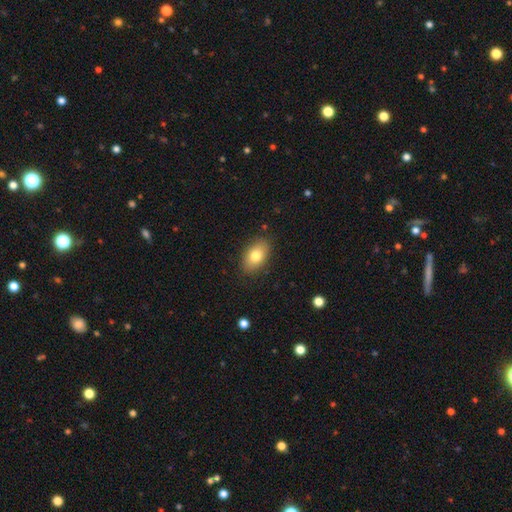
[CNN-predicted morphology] type=smooth (79%); roundness=in between (89%); merging=none (86%).